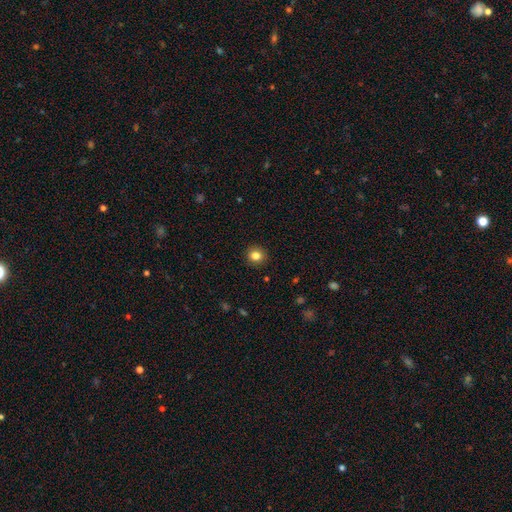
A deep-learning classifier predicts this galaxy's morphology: Overall: smooth (83%). How rounded: round (84%). Merging: none (91%).